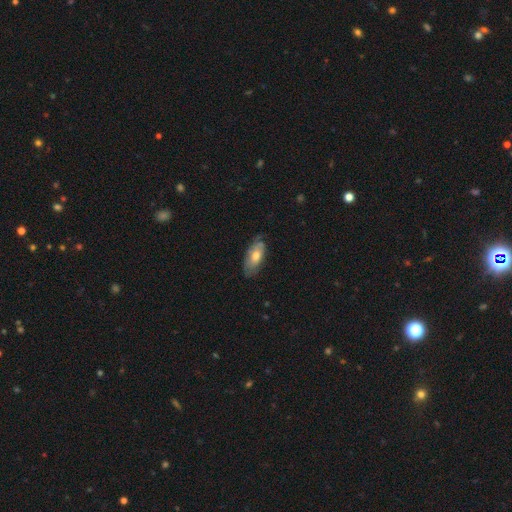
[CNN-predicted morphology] This is possibly a smooth galaxy (60%). How rounded: clearly in between (85%). Merging: likely none (66%).